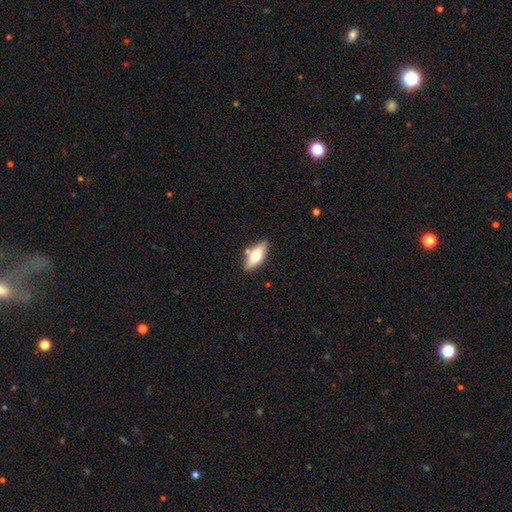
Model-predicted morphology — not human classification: A smooth galaxy with no disk features (60%) that is in between round and cigar-shaped (77%). Merging: none (79%).